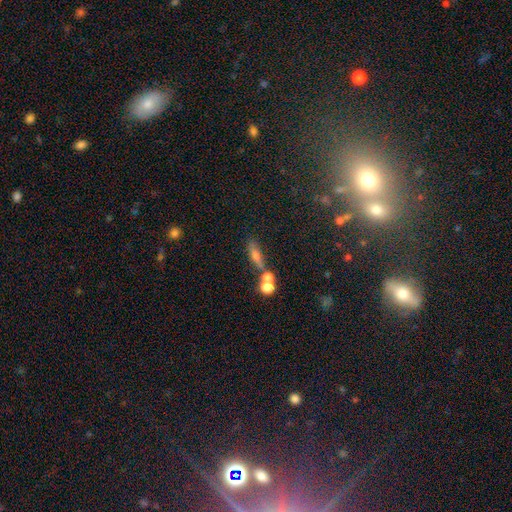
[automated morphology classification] smooth-or-featured: smooth: 51% | featured or disk: 30% | star or artifact: 19%
  how-rounded: cigar-shaped: 58% | in between: 30% | round: 12%
  merging: none: 57% | merger: 23% | minor disturbance: 13% | major disturbance: 7%